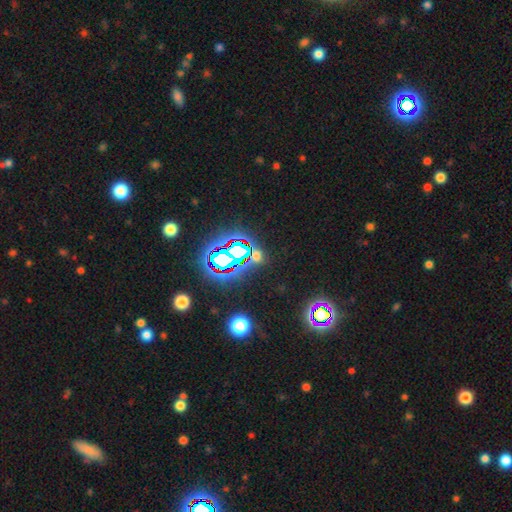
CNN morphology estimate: smooth_or_featured: star or artifact (p=0.66) [alt: smooth p=0.23]